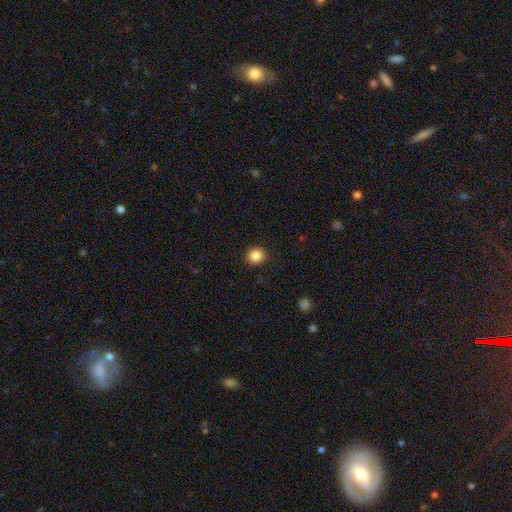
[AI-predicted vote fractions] Smooth or featured?
  - smooth: 86% *
  - star or artifact: 11%
  - featured or disk: 3%
How rounded?
  - round: 87% *
  - in between: 12%
  - cigar-shaped: 1%
Merging?
  - none: 91% *
  - minor disturbance: 6%
  - major disturbance: 2%
  - merger: 1%